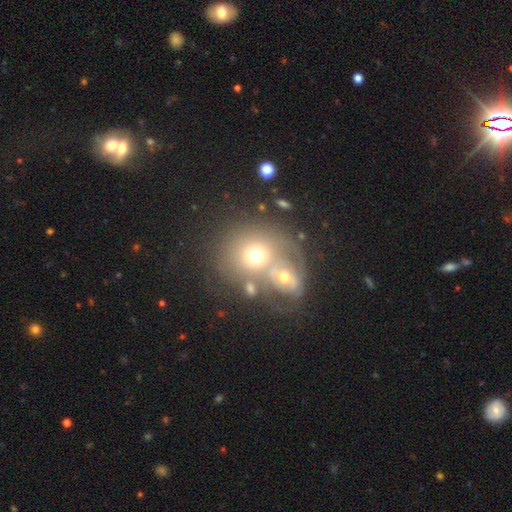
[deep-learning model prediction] A smooth galaxy with no disk features (58%) that is round (71%).

Vote fractions:
- Smooth or featured? smooth: 58% / featured or disk: 30% / star or artifact: 13%
- How rounded? round: 71% / in between: 28% / cigar-shaped: 1%
- Merging? merger: 57% / none: 25% / minor disturbance: 9% / major disturbance: 8%